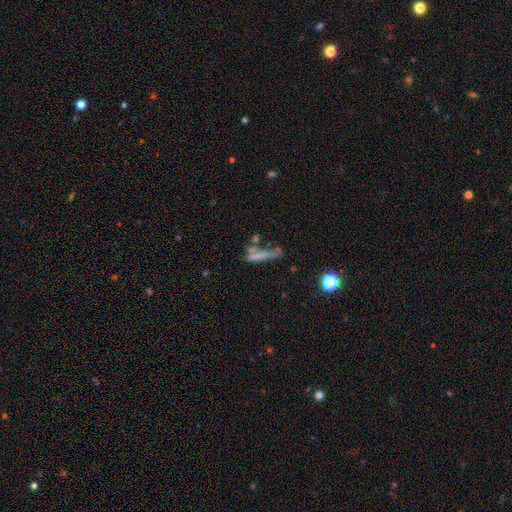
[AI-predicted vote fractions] Morphology: type=smooth (51%); roundness=cigar-shaped (83%); merging=none (42%).